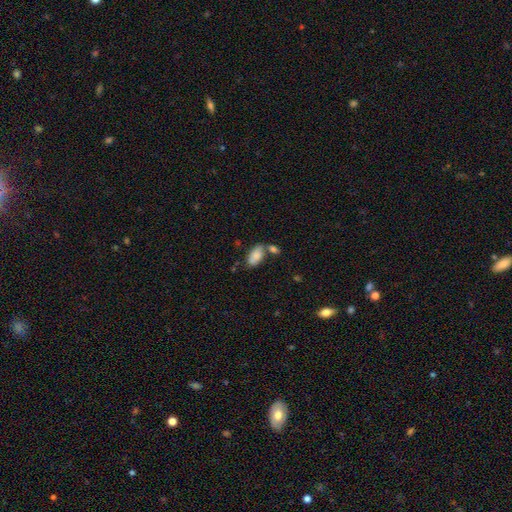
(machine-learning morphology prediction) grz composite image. It shows a smooth galaxy with no disk features (81%) that is in between round and cigar-shaped (93%). Merging: none (47%).